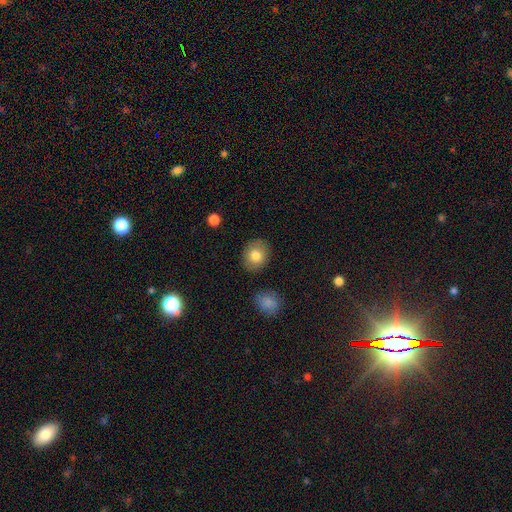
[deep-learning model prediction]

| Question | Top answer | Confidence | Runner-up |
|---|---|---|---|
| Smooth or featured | smooth | 81% | featured or disk (11%) |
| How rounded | round | 66% | in between (33%) |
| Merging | none | 86% | minor disturbance (9%) |